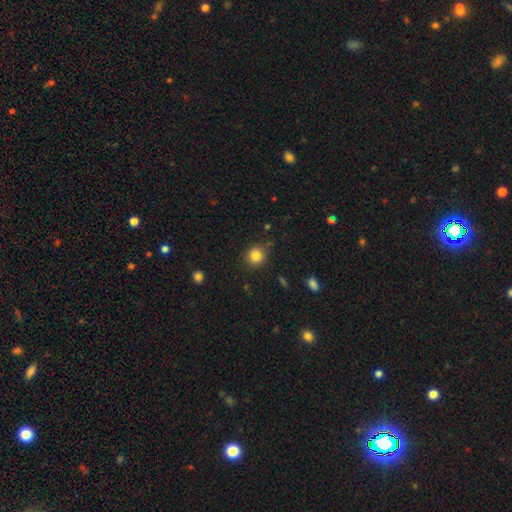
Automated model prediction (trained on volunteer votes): smooth 84%, star or artifact 11%, featured or disk 5%. Down the decision tree: how rounded — round (93%); merging — none (86%).